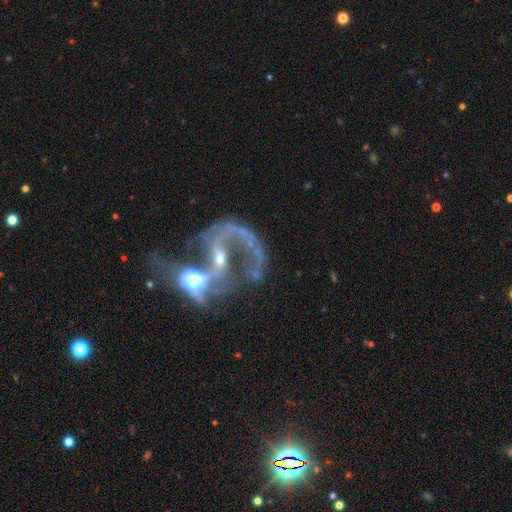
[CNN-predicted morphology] Smooth or featured? featured or disk (77%)
Edge-on disk? no (97%)
Bar? no (57%)
Spiral arms? yes (67%)
Bulge size? moderate (43%)
Merging? merger (63%)